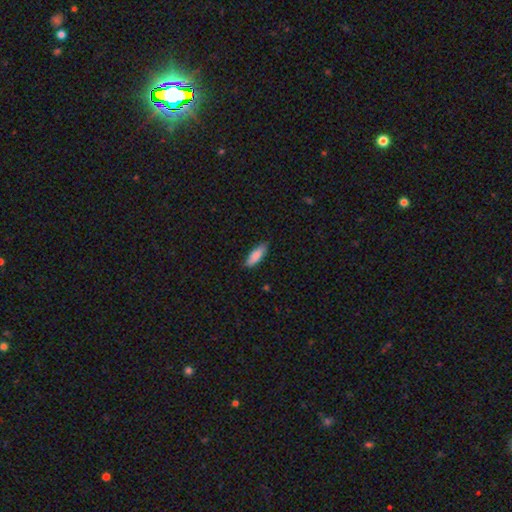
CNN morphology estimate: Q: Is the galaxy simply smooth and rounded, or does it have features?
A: smooth — 85%.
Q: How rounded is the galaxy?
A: in between — 58%.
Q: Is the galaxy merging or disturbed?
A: none — 84%.